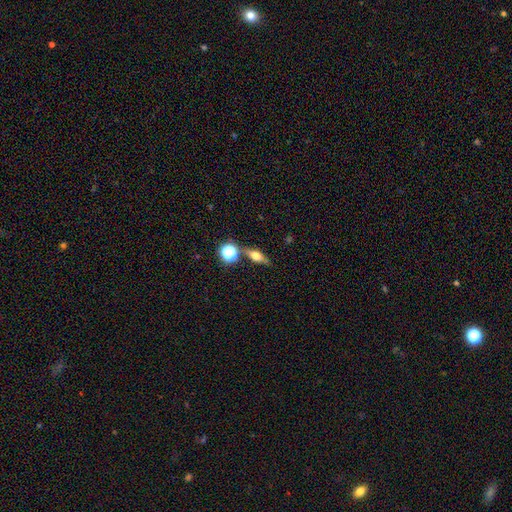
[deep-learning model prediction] Q: Smooth or featured?
A: featured or disk (44%); runner-up: smooth (43%)
Q: Merging?
A: none (74%); runner-up: minor disturbance (12%)